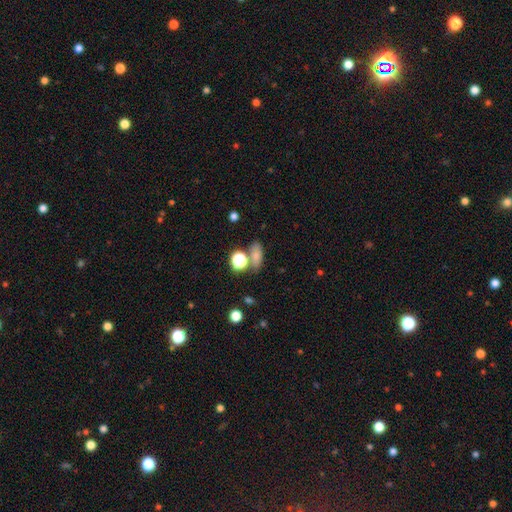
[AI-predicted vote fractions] The model was most divided on "how rounded": in between: 66%, round: 18%, cigar-shaped: 15%. More confident: smooth or featured — smooth (73%); merging — none (67%).